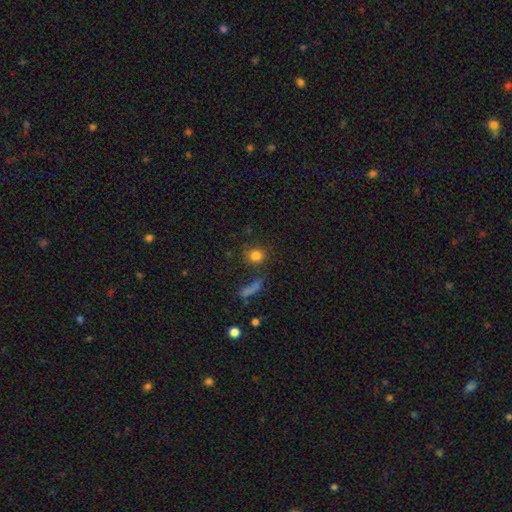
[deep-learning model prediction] This appears to be a smooth galaxy with no disk features (80%) that is round (76%). Merging: none (76%).